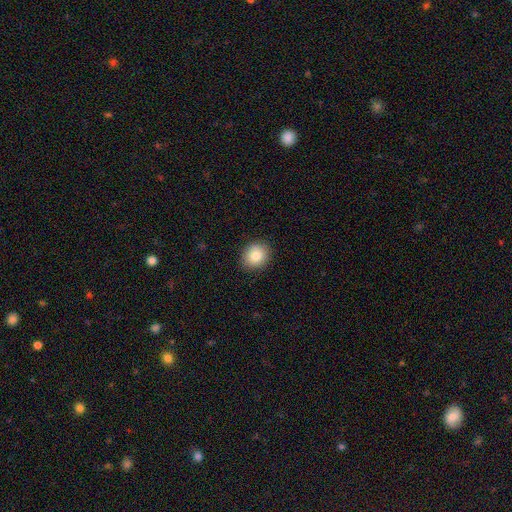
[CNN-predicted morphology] A smooth galaxy with no disk features (83%) that is round (70%). Merging: none (89%).